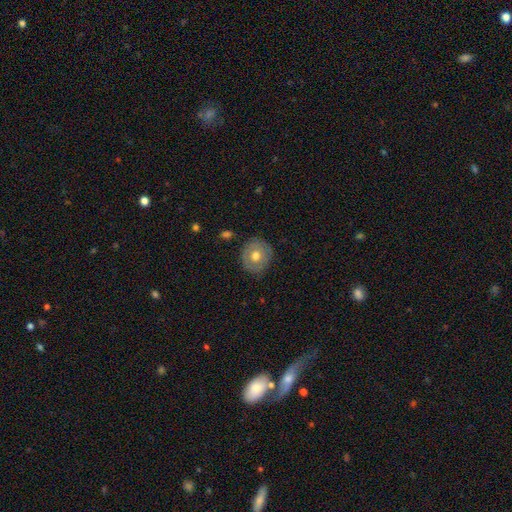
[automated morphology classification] A smooth galaxy with no disk features (54%) that is round (82%). Merging: none (81%).